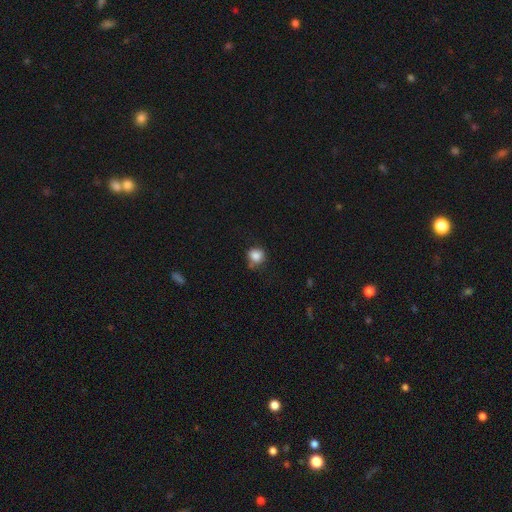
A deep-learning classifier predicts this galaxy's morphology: Smooth or featured? Predicted: smooth (p=0.86). How rounded? Predicted: round (p=0.85). Merging? Predicted: none (p=0.65).